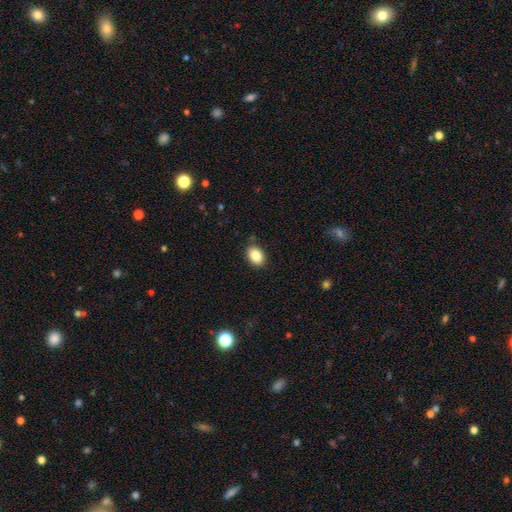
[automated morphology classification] type=smooth (86%); roundness=in between (79%); merging=none (86%).